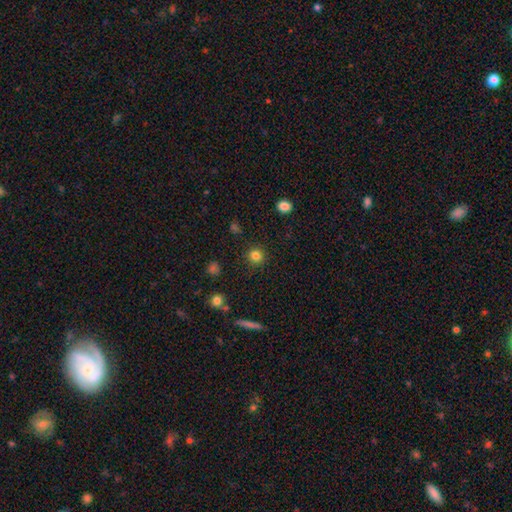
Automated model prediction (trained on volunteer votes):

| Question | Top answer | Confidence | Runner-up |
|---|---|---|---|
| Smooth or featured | smooth | 82% | star or artifact (12%) |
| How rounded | round | 92% | in between (7%) |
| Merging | none | 90% | minor disturbance (6%) |